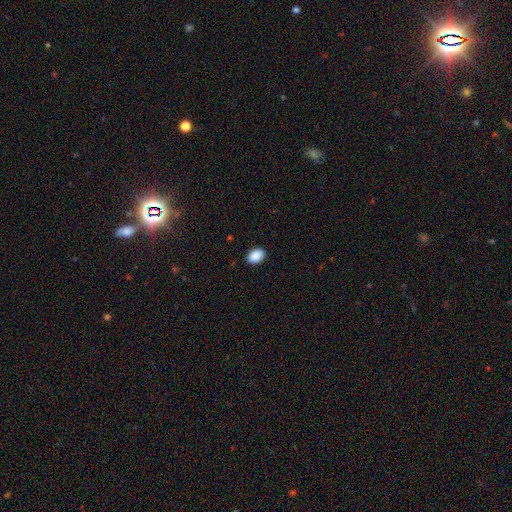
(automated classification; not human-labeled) The model was most divided on "how rounded": in between: 82%, round: 17%, cigar-shaped: 1%. More confident: smooth or featured — smooth (90%); merging — none (90%).